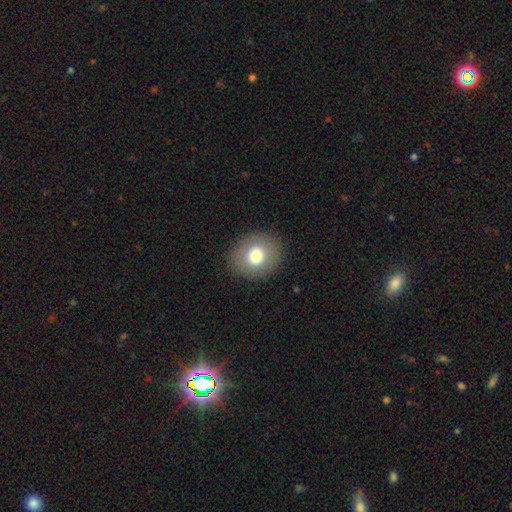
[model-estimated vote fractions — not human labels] The model was most divided on "how rounded": round: 72%, in between: 27%, cigar-shaped: 1%. More confident: merging — none (89%); smooth or featured — smooth (75%).